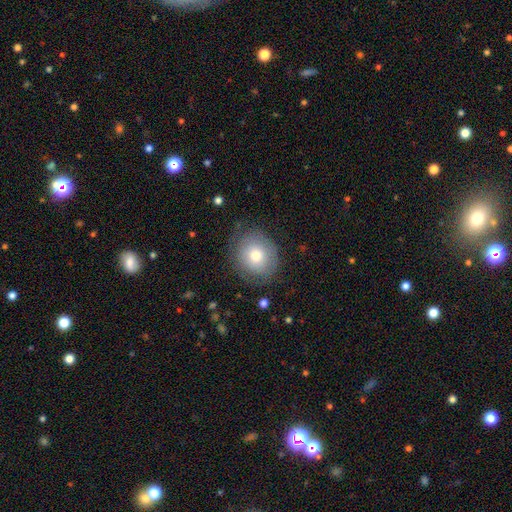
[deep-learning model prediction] Morphology: type=smooth (72%); roundness=round (73%); merging=none (77%).